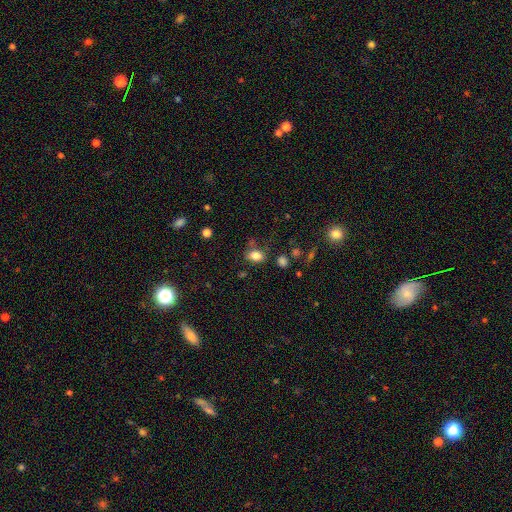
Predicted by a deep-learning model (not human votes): Smooth or featured? Predicted: smooth (p=0.80). How rounded? Predicted: in between (p=0.76). Merging? Predicted: none (p=0.71).